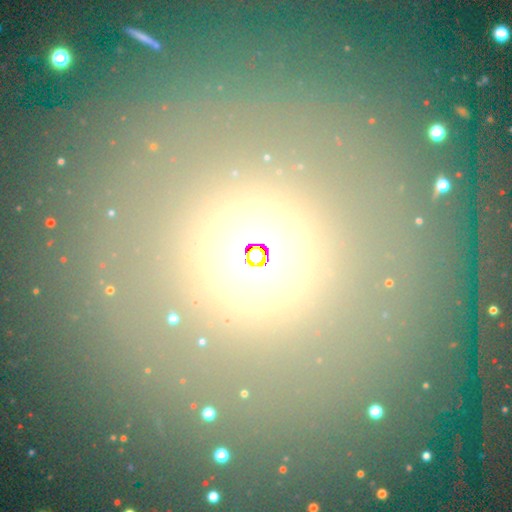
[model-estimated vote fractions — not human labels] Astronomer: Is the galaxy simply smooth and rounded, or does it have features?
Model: smooth — 45% (runner-up: star or artifact, 40%).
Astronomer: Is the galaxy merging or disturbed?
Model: none — 82%.